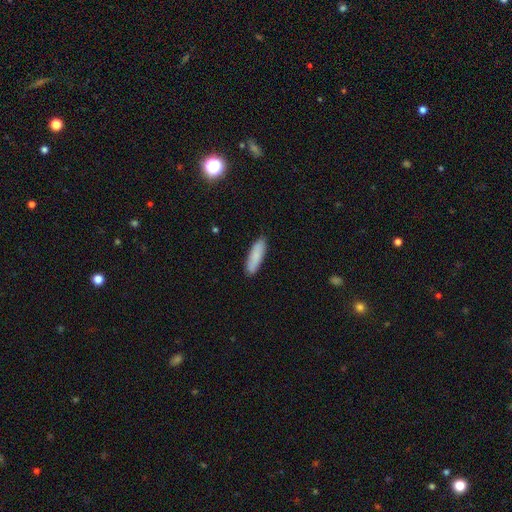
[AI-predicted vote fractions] Q: Smooth or featured?
A: smooth (84%); runner-up: featured or disk (10%)
Q: How rounded?
A: cigar-shaped (65%); runner-up: in between (34%)
Q: Merging?
A: none (87%); runner-up: minor disturbance (10%)